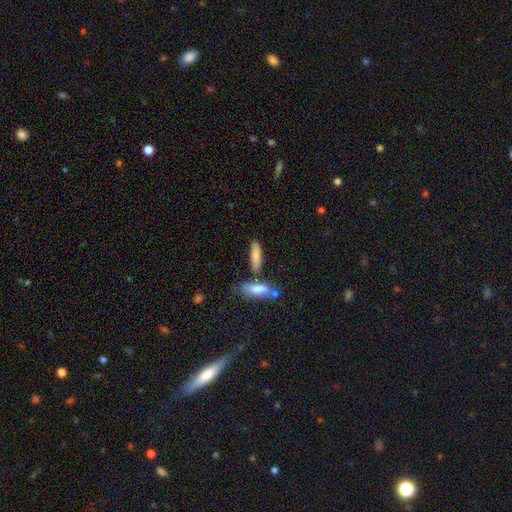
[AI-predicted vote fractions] Smooth or featured: smooth — 82% (featured or disk — 12%)
How rounded: cigar-shaped — 56% (in between — 42%)
Merging: none — 67% (merger — 16%)